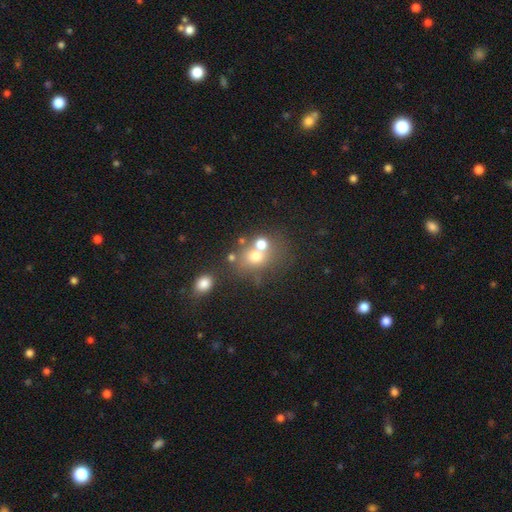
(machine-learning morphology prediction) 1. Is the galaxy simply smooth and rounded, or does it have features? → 65% smooth, 18% featured or disk, 17% star or artifact.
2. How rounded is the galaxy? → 66% round, 33% in between, 1% cigar-shaped.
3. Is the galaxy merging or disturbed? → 43% none, 41% merger, 10% minor disturbance, 6% major disturbance.